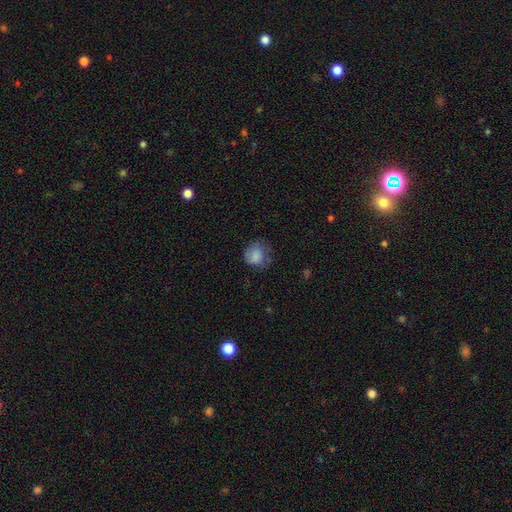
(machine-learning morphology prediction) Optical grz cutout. It shows a smooth galaxy with no disk features (80%) that is round (71%). Merging: none (53%).